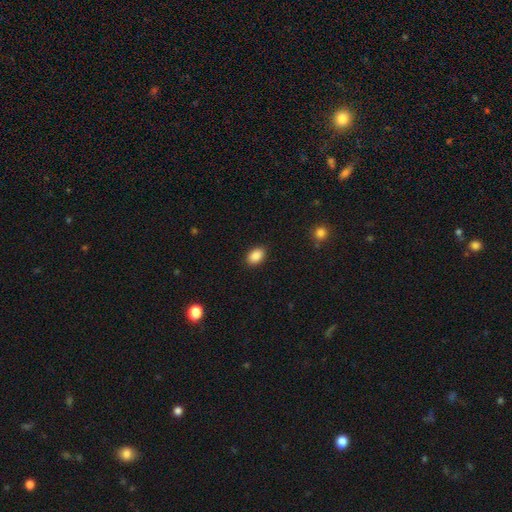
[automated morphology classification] Smooth or featured? smooth (88%)
How rounded? in between (86%)
Merging? none (88%)